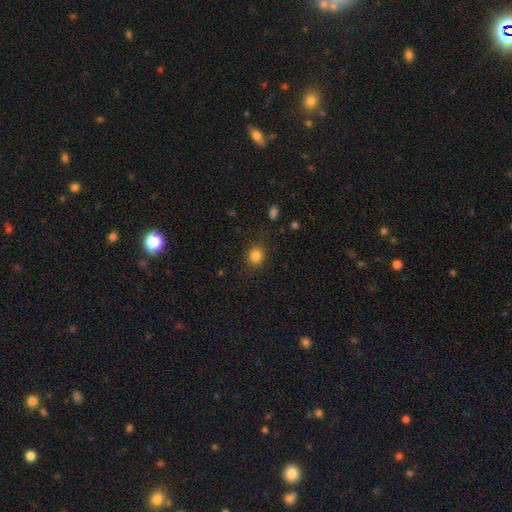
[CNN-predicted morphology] smooth 83%, star or artifact 12%, featured or disk 5%. Down the decision tree: how rounded — round (75%); merging — none (85%).